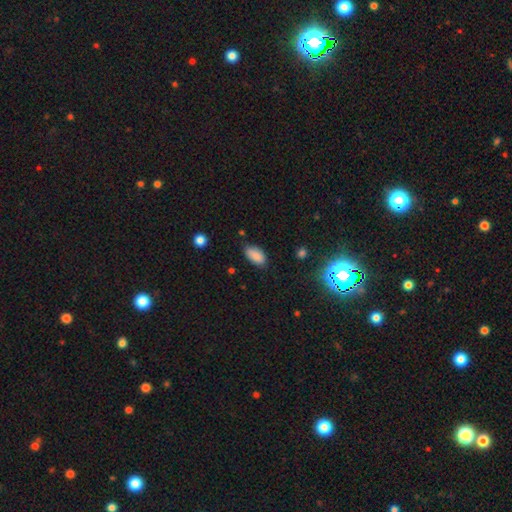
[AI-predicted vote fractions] A smooth galaxy with no disk features (86%) that is in between round and cigar-shaped (93%).

Vote fractions:
- Smooth or featured? smooth: 86% / star or artifact: 9% / featured or disk: 5%
- How rounded? in between: 93% / cigar-shaped: 4% / round: 3%
- Merging? none: 74% / minor disturbance: 20% / major disturbance: 3% / merger: 2%